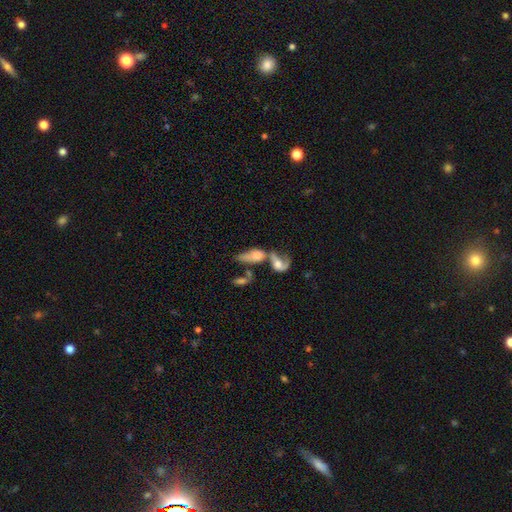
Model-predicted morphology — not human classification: Smooth or featured? Predicted: smooth (p=0.48). Merging? Predicted: merger (p=0.68).